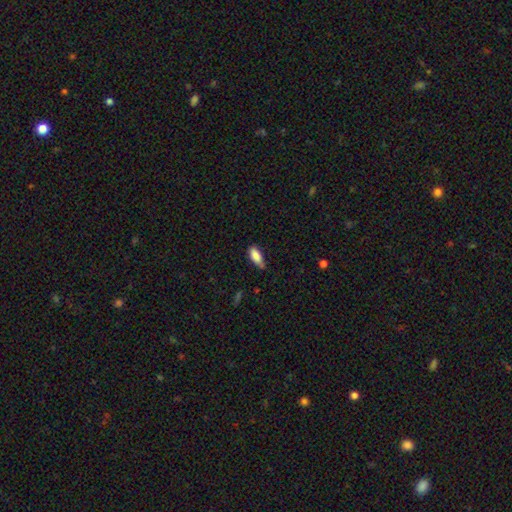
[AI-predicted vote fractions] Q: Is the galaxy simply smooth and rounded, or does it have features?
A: smooth — 85%.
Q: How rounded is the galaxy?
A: in between — 81%.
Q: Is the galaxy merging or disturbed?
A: none — 55%.